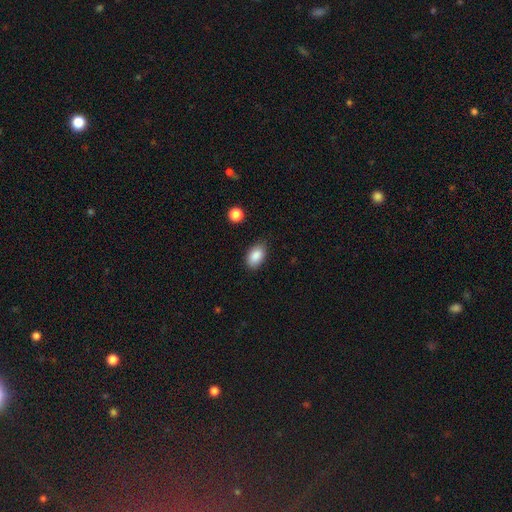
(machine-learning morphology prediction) A smooth galaxy with no disk features (88%) that is in between round and cigar-shaped (91%).

Vote fractions:
- Smooth or featured? smooth: 88% / star or artifact: 8% / featured or disk: 4%
- How rounded? in between: 91% / round: 7% / cigar-shaped: 1%
- Merging? none: 82% / minor disturbance: 14% / major disturbance: 3% / merger: 1%